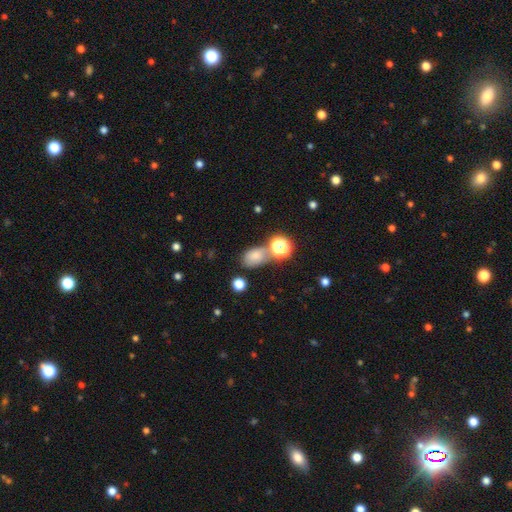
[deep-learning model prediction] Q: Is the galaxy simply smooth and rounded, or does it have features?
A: smooth — 71%.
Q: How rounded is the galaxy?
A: in between — 73%.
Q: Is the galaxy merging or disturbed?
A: none — 51%.